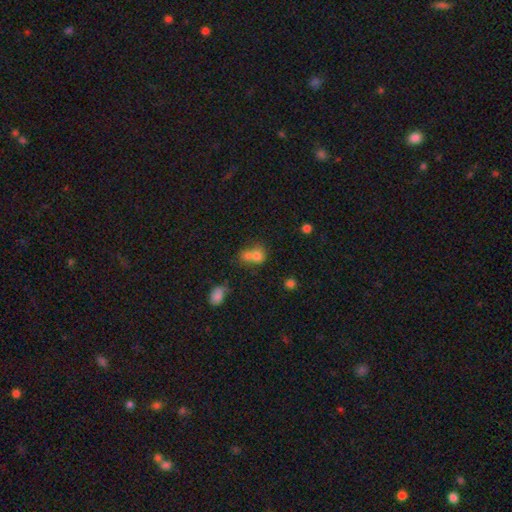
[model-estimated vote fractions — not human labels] A smooth galaxy with no disk features (73%) that is round (66%).

Vote fractions:
- Smooth or featured? smooth: 73% / featured or disk: 14% / star or artifact: 13%
- How rounded? round: 66% / in between: 32% / cigar-shaped: 1%
- Merging? merger: 62% / none: 27% / minor disturbance: 7% / major disturbance: 4%